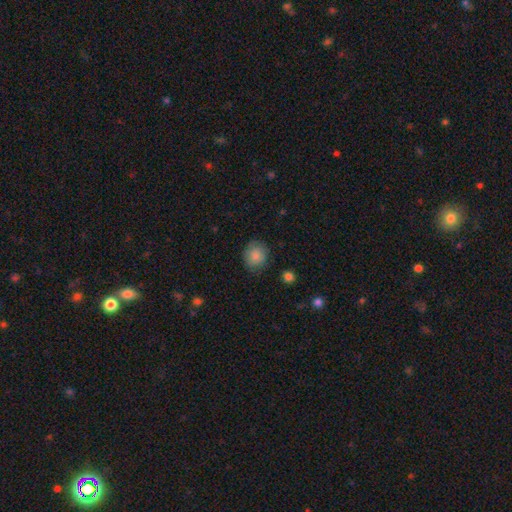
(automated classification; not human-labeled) smooth 85%, star or artifact 8%, featured or disk 7%. Down the decision tree: how rounded — round (75%); merging — none (80%).